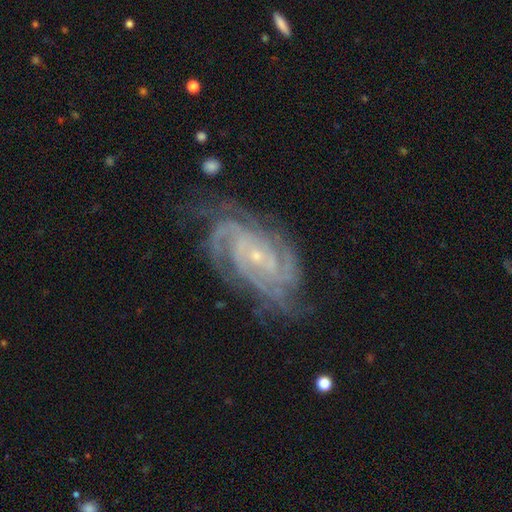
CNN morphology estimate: This is clearly a featured or disk galaxy (91%). It is clearly not viewed edge-on (97%). Bar: possibly no (59%). Spiral arm pattern: clearly yes (98%). Spiral arm count: marginally 4 (31%). Spiral winding: likely tight (72%). Central bulge: clearly small (80%). Merging: likely none (73%).